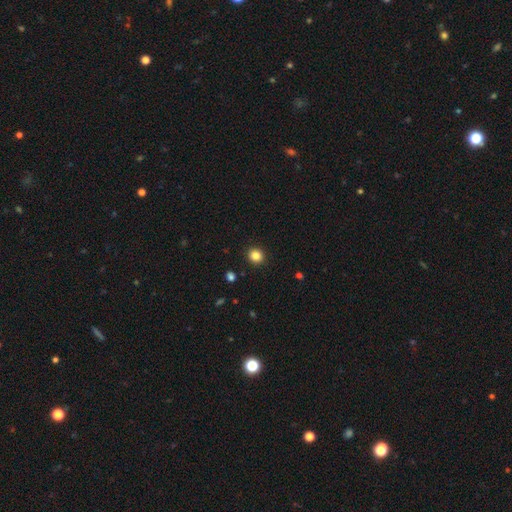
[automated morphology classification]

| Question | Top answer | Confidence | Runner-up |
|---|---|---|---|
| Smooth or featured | smooth | 84% | star or artifact (12%) |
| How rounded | round | 87% | in between (12%) |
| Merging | none | 92% | minor disturbance (5%) |